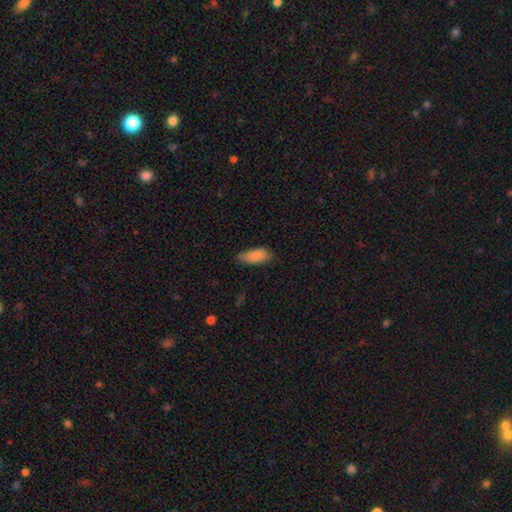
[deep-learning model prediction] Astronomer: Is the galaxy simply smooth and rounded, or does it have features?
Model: smooth — 88%.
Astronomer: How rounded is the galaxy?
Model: in between — 81%.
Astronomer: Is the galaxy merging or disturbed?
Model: none — 68%.